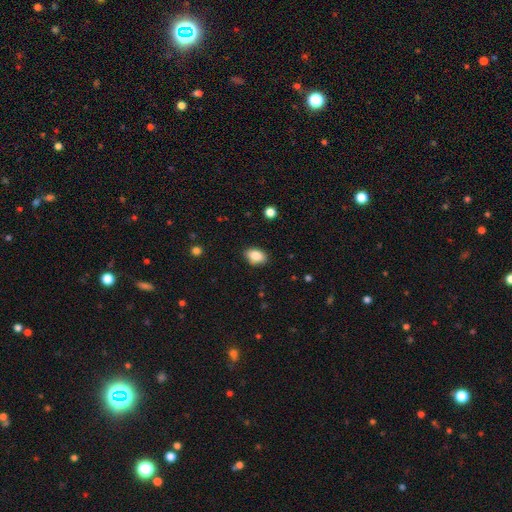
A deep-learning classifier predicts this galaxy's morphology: A smooth galaxy with no disk features (86%) that is in between round and cigar-shaped (83%). Merging: none (86%).